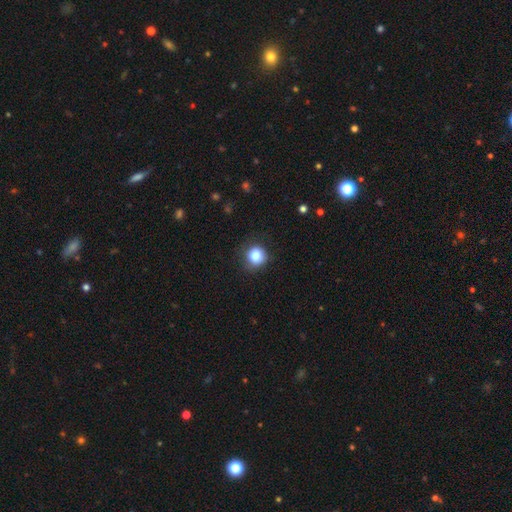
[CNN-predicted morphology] This is clearly a smooth galaxy (85%). How rounded: clearly round (90%). Merging: clearly none (80%).